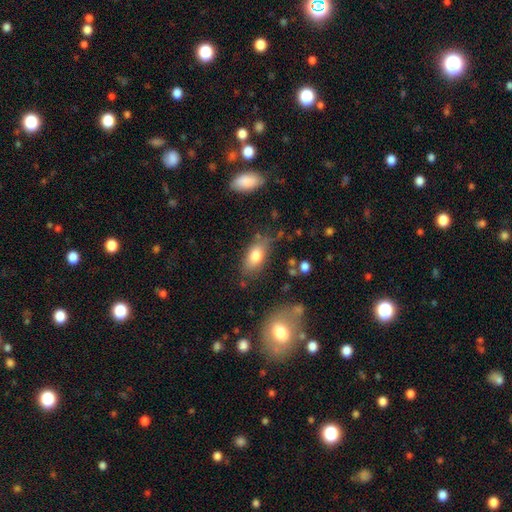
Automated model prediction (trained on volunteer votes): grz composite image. It shows a smooth galaxy with no disk features (77%) that is in between round and cigar-shaped (86%). Merging: none (70%).